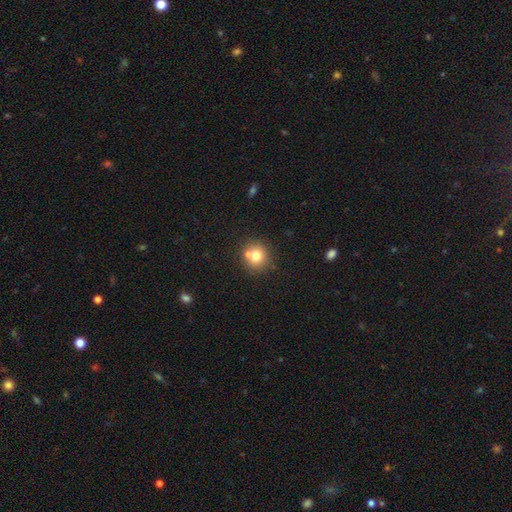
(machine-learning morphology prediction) The model was most divided on "merging": none: 66%, merger: 22%, minor disturbance: 9%, major disturbance: 3%. More confident: how rounded — round (89%); smooth or featured — smooth (73%).